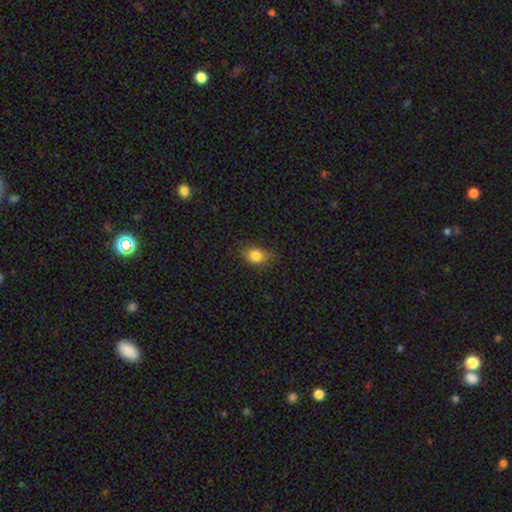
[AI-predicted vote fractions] smooth-or-featured: smooth: 84% | star or artifact: 10% | featured or disk: 6%
  how-rounded: in between: 70% | round: 28% | cigar-shaped: 2%
  merging: none: 77% | minor disturbance: 18% | major disturbance: 4% | merger: 1%